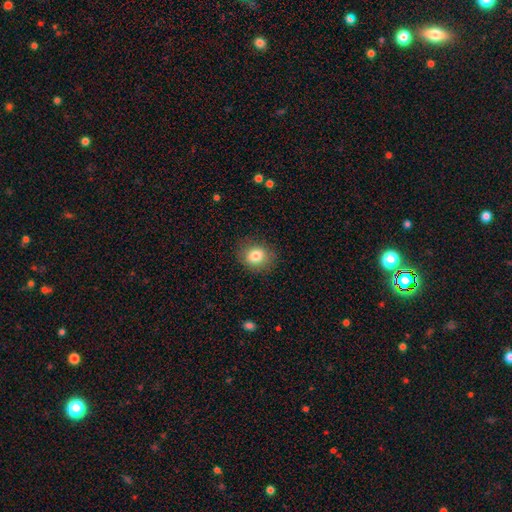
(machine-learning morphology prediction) A smooth galaxy with no disk features (81%) that is round (61%). Merging: none (84%).